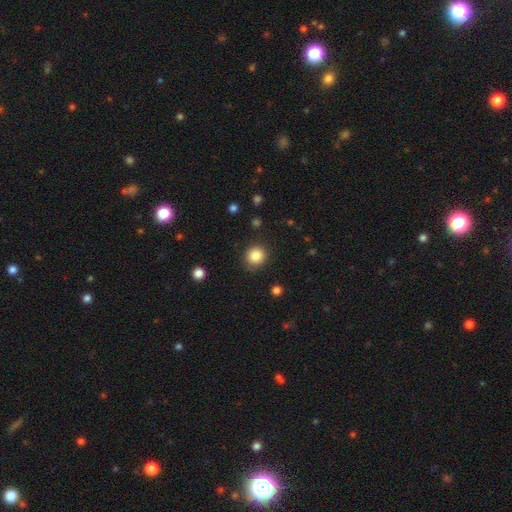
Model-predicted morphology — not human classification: Smooth or featured? smooth (85%)
How rounded? round (91%)
Merging? none (88%)